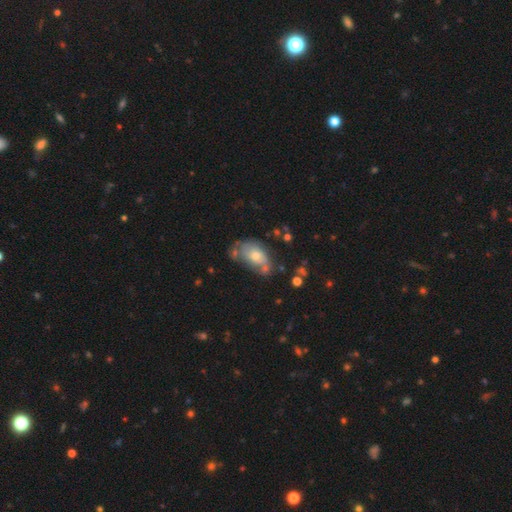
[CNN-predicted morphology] Smooth or featured? Predicted: smooth (p=0.48). Merging? Predicted: none (p=0.42).